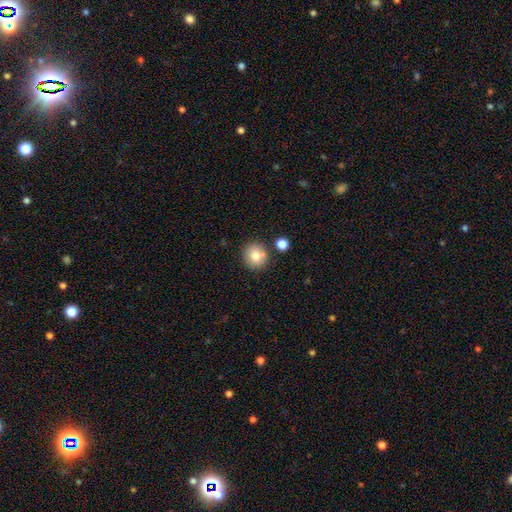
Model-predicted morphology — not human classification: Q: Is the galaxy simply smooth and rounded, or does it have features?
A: smooth — 79%.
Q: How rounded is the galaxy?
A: round — 89%.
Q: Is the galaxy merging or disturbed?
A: none — 78%.